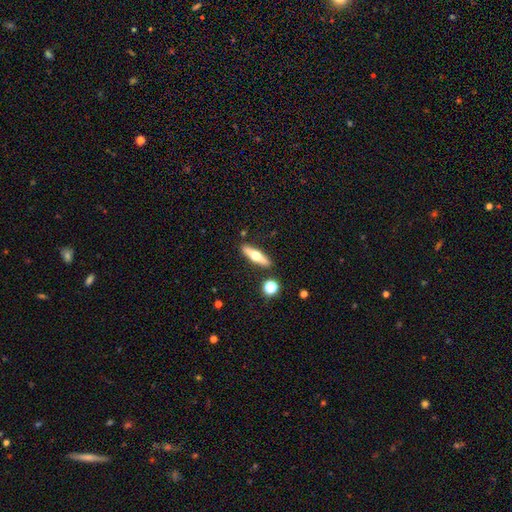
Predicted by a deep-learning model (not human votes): Overall: featured or disk (53%; smooth 40%). Edge-on disk: yes (91%). Merging: none (87%).